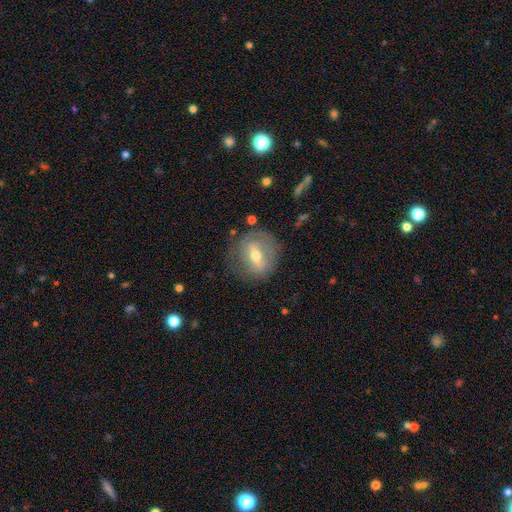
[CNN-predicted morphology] Smooth or featured? featured or disk (57%)
Edge-on disk? no (88%)
Bar? strong (40%, tied with weak)
Spiral arms? no (61%)
Bulge size? moderate (65%)
Merging? none (73%)